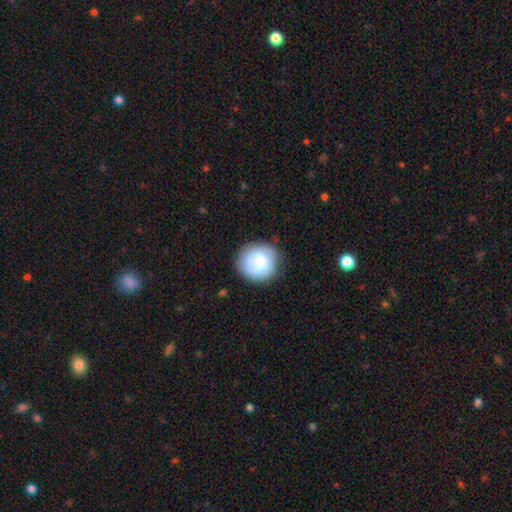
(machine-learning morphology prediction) A smooth galaxy with no disk features (70%) that is round (89%). Merging: none (81%).